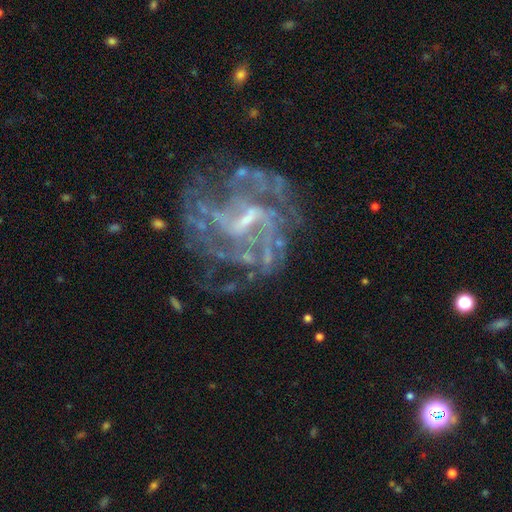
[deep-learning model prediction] A featured or disk galaxy (83%) with a weak bar (50%), tight (48%) spiral arms (89%) and a small central bulge (50%).

Vote fractions:
- Smooth or featured? featured or disk: 83% / star or artifact: 11% / smooth: 6%
- Edge-on disk? no: 97% / yes: 3%
- Bar? weak: 50% / strong: 30% / no: 20%
- Spiral arms? yes: 89% / no: 11%
- Spiral winding? tight: 48% / medium: 39% / loose: 13%
- Spiral arm count? can't tell: 37% / 2: 16% / 3: 16% / 4: 15% / more than 4: 9% / 1: 7%
- Bulge size? small: 50% / none: 24% / moderate: 23% / large: 2% / dominant: 1%
- Merging? none: 70% / minor disturbance: 15% / major disturbance: 13% / merger: 2%